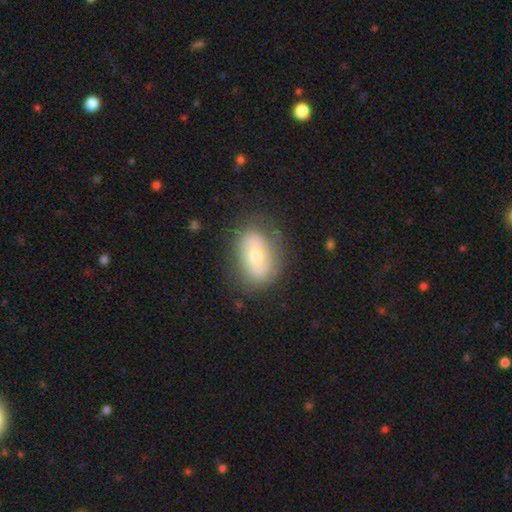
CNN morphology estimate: Smooth or featured? smooth (54%)
How rounded? in between (82%)
Merging? none (76%)